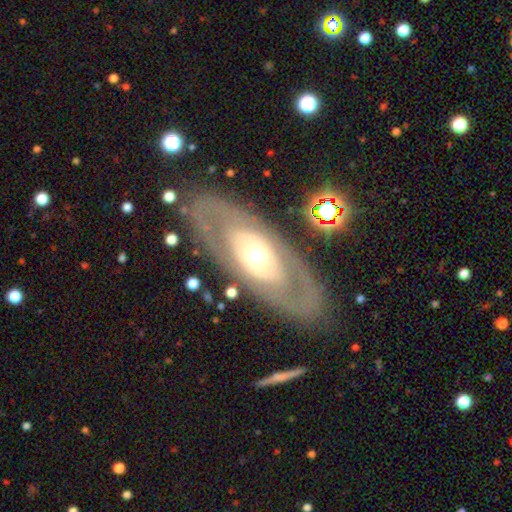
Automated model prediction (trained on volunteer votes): This is likely a featured or disk galaxy (67%). It is clearly not viewed edge-on (84%). Bar: clearly no (84%). Spiral arm pattern: likely no (77%). Central bulge: likely moderate (66%). Merging: clearly none (83%).